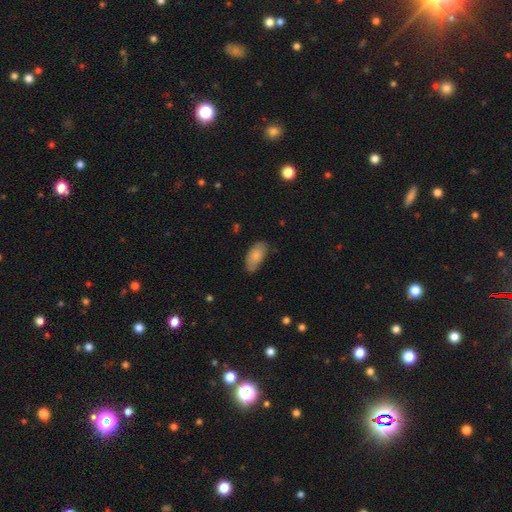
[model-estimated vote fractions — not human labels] Smooth or featured?
  - smooth: 83% *
  - featured or disk: 10%
  - star or artifact: 6%
How rounded?
  - in between: 93% *
  - cigar-shaped: 5%
  - round: 2%
Merging?
  - none: 70% *
  - minor disturbance: 24%
  - major disturbance: 4%
  - merger: 2%